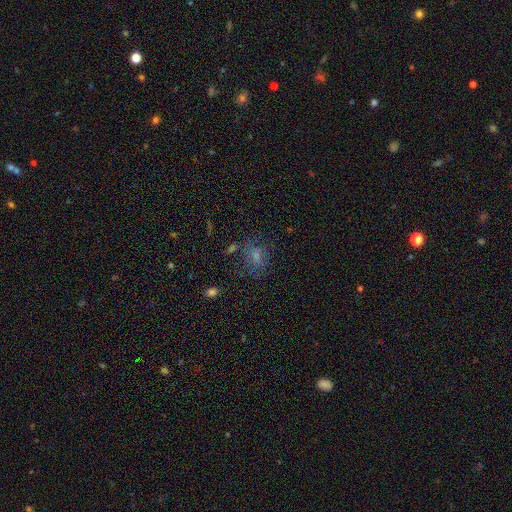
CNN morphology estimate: A smooth galaxy with no disk features (59%) that is in between round and cigar-shaped (59%).

Vote fractions:
- Smooth or featured? smooth: 59% / star or artifact: 22% / featured or disk: 19%
- How rounded? in between: 59% / round: 39% / cigar-shaped: 2%
- Merging? none: 63% / minor disturbance: 19% / major disturbance: 12% / merger: 5%